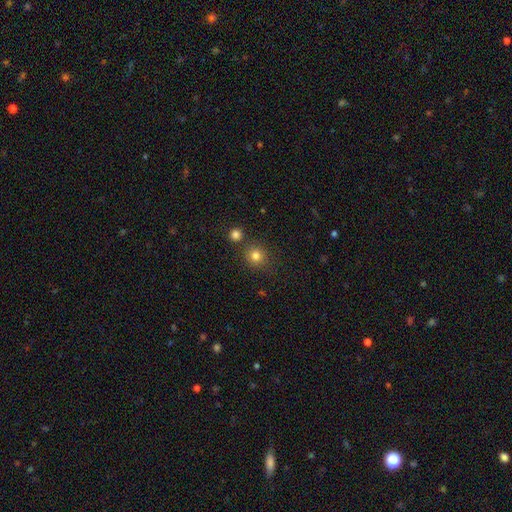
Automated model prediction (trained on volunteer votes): smooth 81%, star or artifact 14%, featured or disk 6%. Down the decision tree: how rounded — round (90%); merging — none (78%).